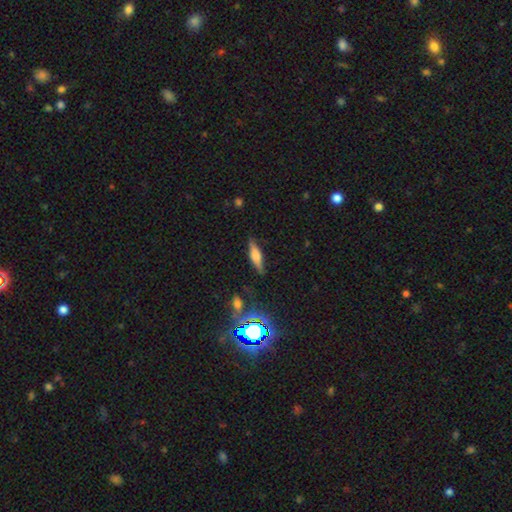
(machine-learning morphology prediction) A smooth galaxy with no disk features (46%).

Vote fractions:
- Smooth or featured? smooth: 46% / featured or disk: 42% / star or artifact: 12%
- Merging? none: 81% / minor disturbance: 14% / major disturbance: 3% / merger: 2%